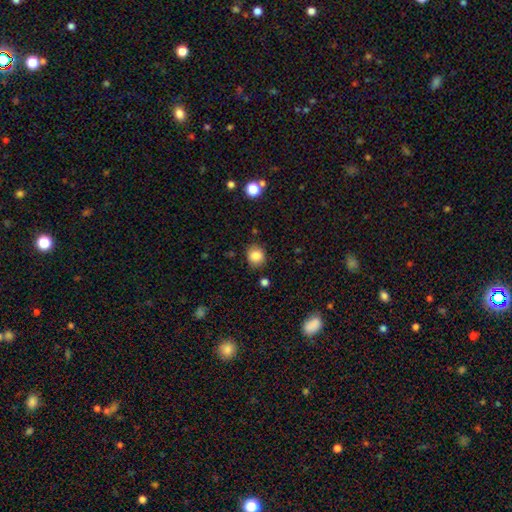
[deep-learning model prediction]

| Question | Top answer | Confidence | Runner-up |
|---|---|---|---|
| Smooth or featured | smooth | 85% | star or artifact (10%) |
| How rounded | round | 79% | in between (20%) |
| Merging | none | 84% | minor disturbance (10%) |